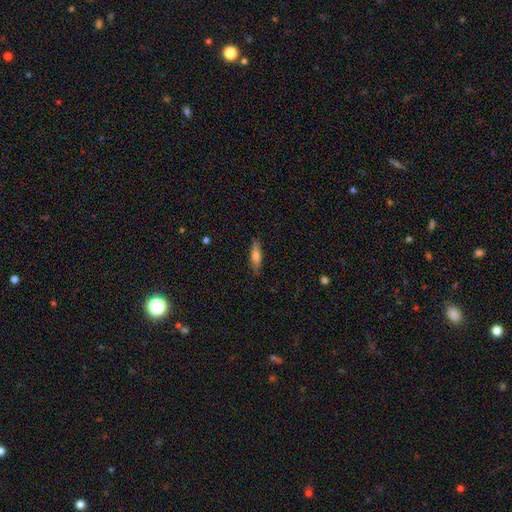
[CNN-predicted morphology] type=smooth (65%); roundness=cigar-shaped (60%); merging=none (84%).